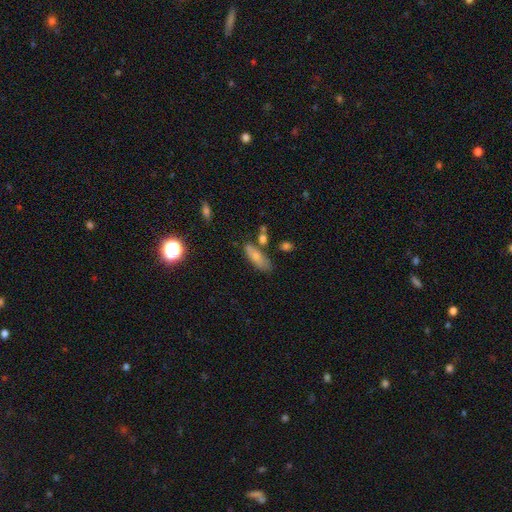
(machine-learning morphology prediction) Smooth or featured? smooth (73%)
How rounded? in between (64%)
Merging? none (61%)